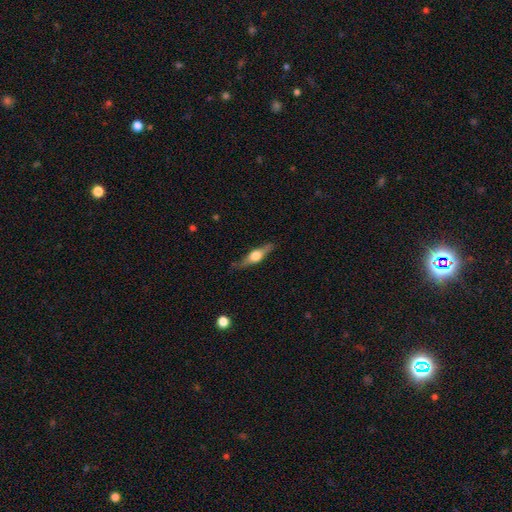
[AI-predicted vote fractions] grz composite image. It shows a featured or disk galaxy (65%) viewed edge-on (95%) with a rounded central bulge (93%). Merging: none (81%).